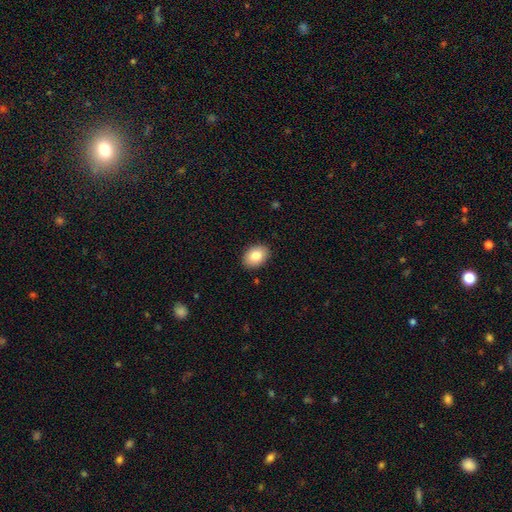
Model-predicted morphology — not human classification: smooth 84%, featured or disk 8%, star or artifact 7%. Down the decision tree: how rounded — in between (78%); merging — none (89%).